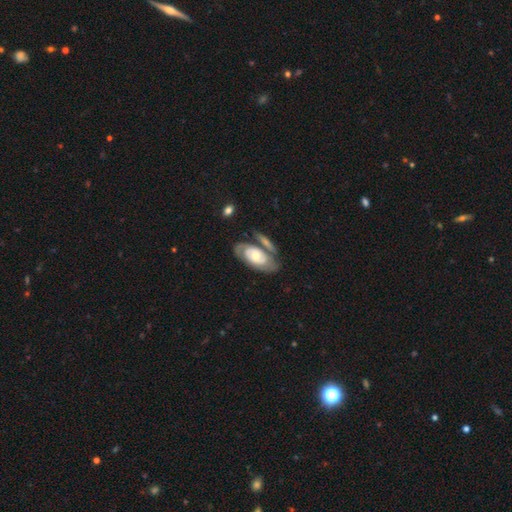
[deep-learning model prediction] featured or disk 71%, smooth 23%, star or artifact 5%. Down the decision tree: edge-on disk — no (93%); bar — no (73%); spiral arms — yes (78%); spiral arm count — 2 (59%); spiral winding — tight (64%); bulge size — moderate (55%); merging — none (59%).